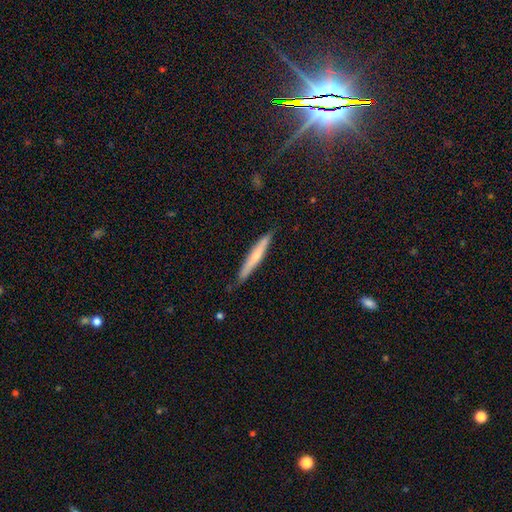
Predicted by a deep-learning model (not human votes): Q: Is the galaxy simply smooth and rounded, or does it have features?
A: smooth — 53%.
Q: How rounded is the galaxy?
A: cigar-shaped — 95%.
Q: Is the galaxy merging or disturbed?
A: none — 84%.